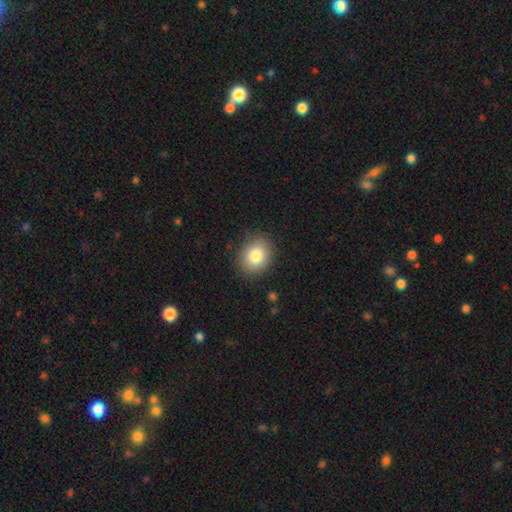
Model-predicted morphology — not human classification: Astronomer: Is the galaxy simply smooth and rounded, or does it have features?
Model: smooth — 82%.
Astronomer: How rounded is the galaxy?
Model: round — 61% (runner-up: in between, 39%).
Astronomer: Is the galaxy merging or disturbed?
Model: none — 85%.